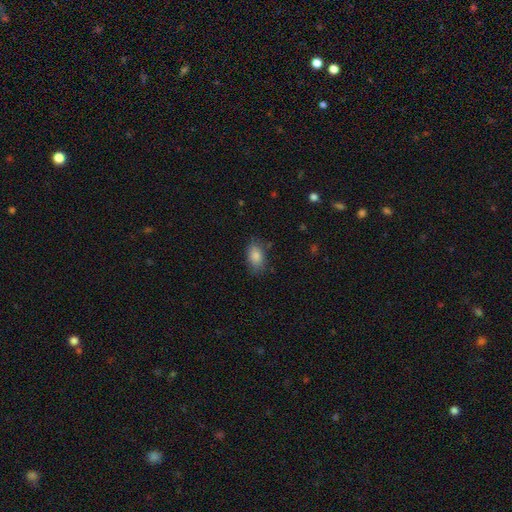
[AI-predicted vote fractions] Smooth or featured: smooth — 85% (star or artifact — 8%)
How rounded: in between — 89% (round — 9%)
Merging: none — 78% (minor disturbance — 16%)